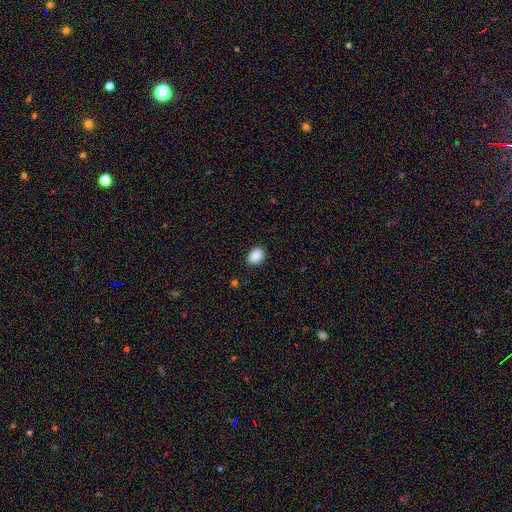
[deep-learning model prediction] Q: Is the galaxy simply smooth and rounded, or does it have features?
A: smooth — 89%.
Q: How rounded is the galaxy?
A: in between — 79%.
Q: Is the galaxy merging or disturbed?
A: none — 86%.